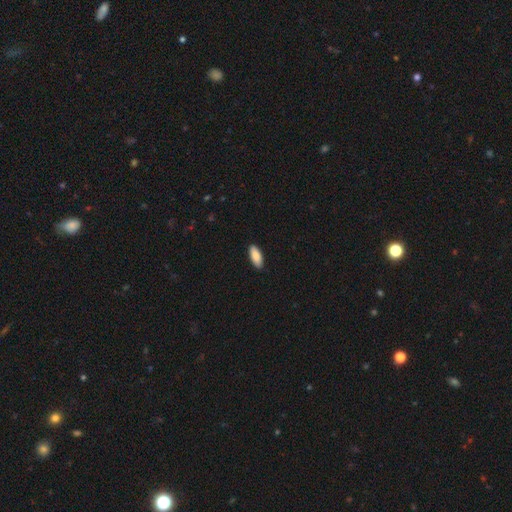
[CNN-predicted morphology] A smooth galaxy with no disk features (88%) that is in between round and cigar-shaped (83%). Merging: none (89%).